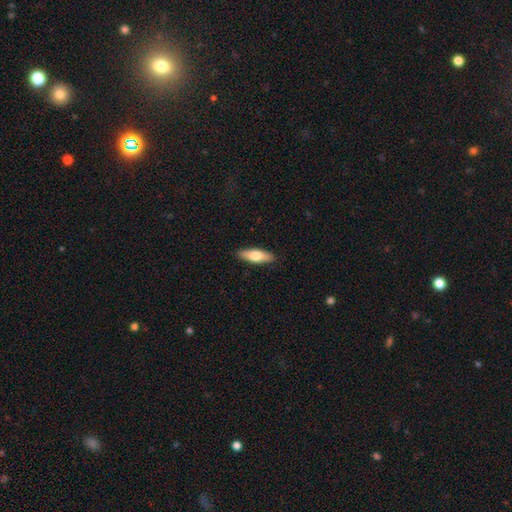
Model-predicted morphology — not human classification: A smooth galaxy with no disk features (69%) that is in between round and cigar-shaped (53%). Merging: none (89%).